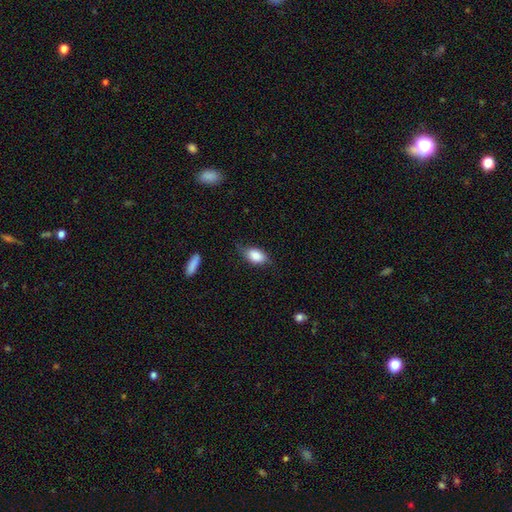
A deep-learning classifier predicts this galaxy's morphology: This appears to be a smooth galaxy with no disk features (81%) that is in between round and cigar-shaped (87%). Merging: none (62%).